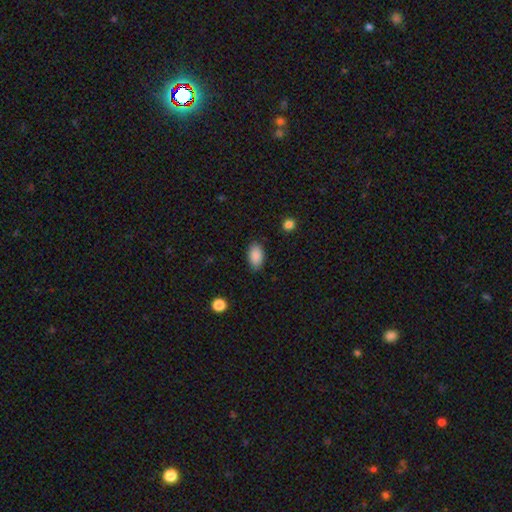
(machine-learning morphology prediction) A smooth galaxy with no disk features (89%) that is in between round and cigar-shaped (93%). Merging: none (84%).